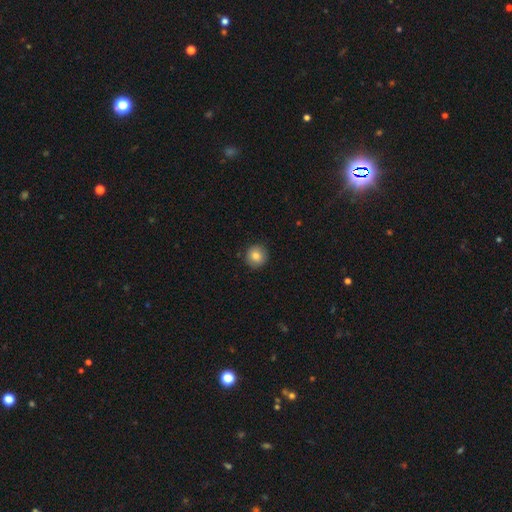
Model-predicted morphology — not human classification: A smooth galaxy with no disk features (83%) that is round (93%).

Vote fractions:
- Smooth or featured? smooth: 83% / star or artifact: 9% / featured or disk: 8%
- How rounded? round: 93% / in between: 6% / cigar-shaped: 1%
- Merging? none: 89% / minor disturbance: 8% / major disturbance: 2% / merger: 1%